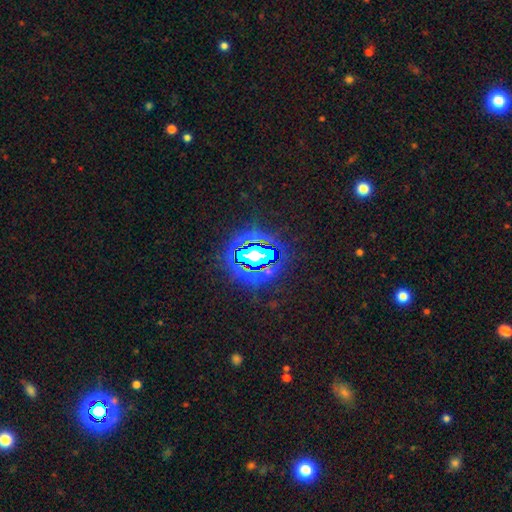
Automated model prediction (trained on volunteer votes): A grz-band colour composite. It shows a star or artifact, not a galaxy (73%).